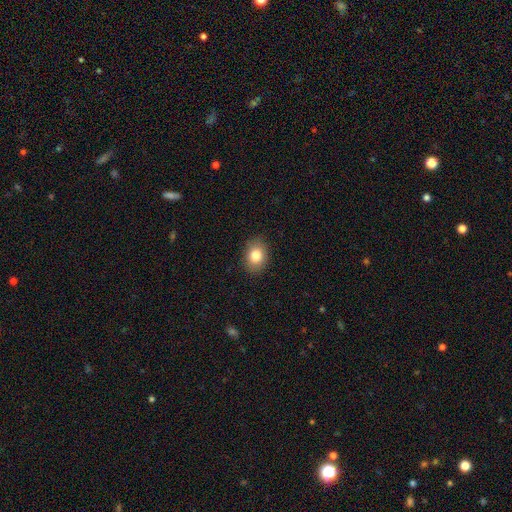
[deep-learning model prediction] A smooth galaxy with no disk features (82%) that is in between round and cigar-shaped (64%). Merging: none (88%).